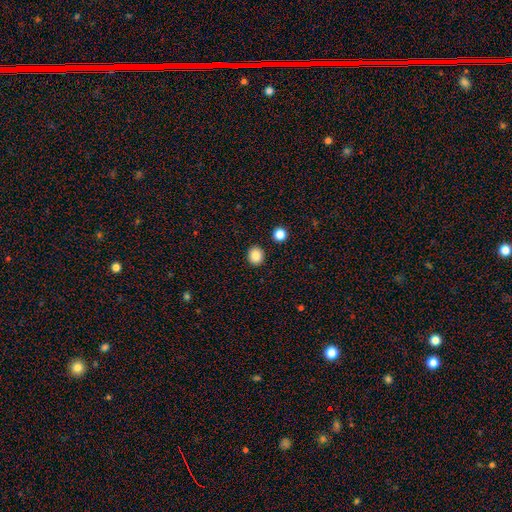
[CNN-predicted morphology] Overall: smooth (87%). How rounded: round (81%). Merging: none (91%).